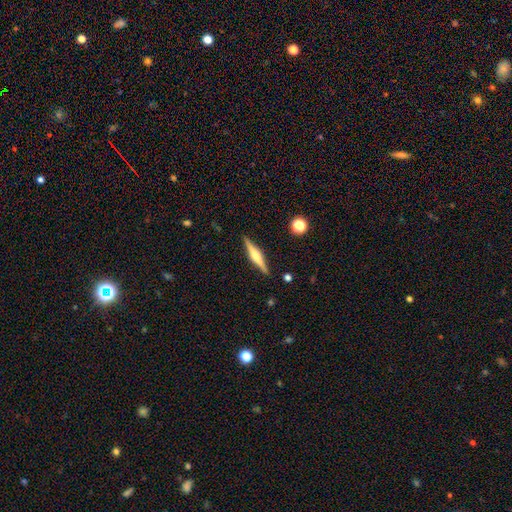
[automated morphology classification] smooth_or_featured: featured or disk (p=0.73) [alt: smooth p=0.21]
disk_edge_on: yes (p=0.98) [alt: no p=0.02]
edge_on_bulge: rounded (p=0.84) [alt: boxy p=0.11]
merging: none (p=0.90) [alt: minor disturbance p=0.07]